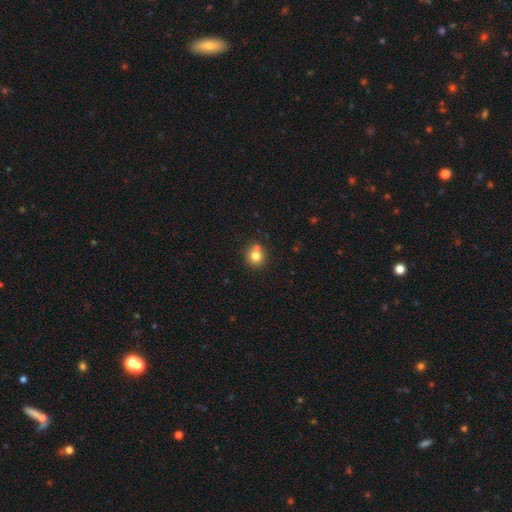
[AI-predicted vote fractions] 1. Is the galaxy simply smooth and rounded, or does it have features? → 77% smooth, 12% star or artifact, 11% featured or disk.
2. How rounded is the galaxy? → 88% round, 11% in between, 1% cigar-shaped.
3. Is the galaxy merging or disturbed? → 64% none, 24% merger, 9% minor disturbance, 3% major disturbance.